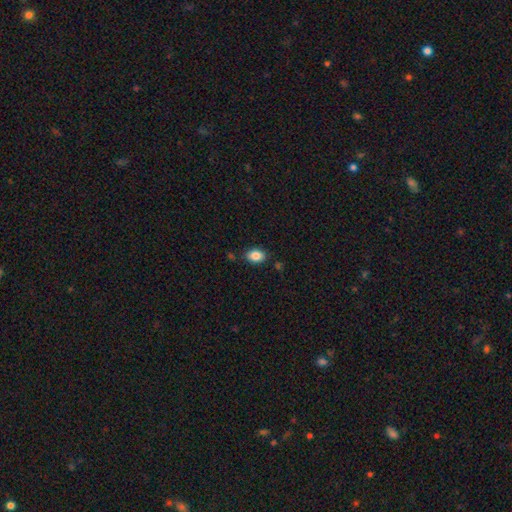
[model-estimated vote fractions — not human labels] A smooth galaxy with no disk features (86%) that is in between round and cigar-shaped (82%). Merging: none (82%).